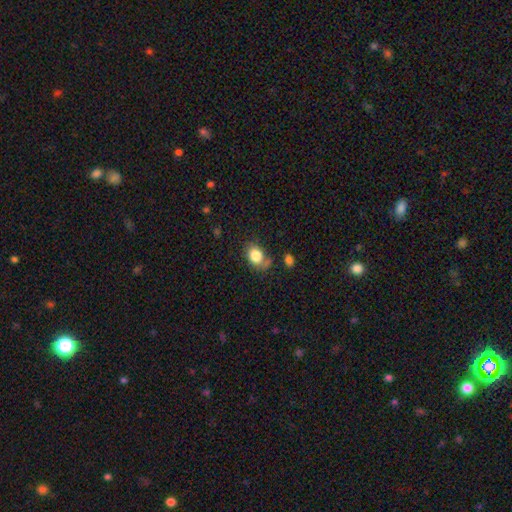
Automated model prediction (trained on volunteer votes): smooth_or_featured: smooth (p=0.82) [alt: star or artifact p=0.09]
how_rounded: in between (p=0.63) [alt: round p=0.36]
merging: none (p=0.59) [alt: minor disturbance p=0.25]